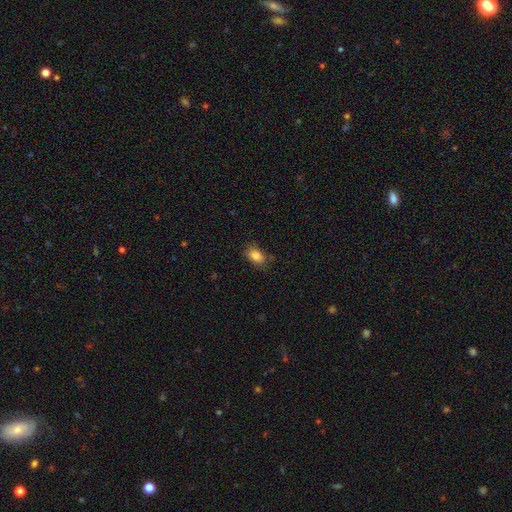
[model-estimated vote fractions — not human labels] smooth 85%, star or artifact 9%, featured or disk 6%. Down the decision tree: how rounded — in between (84%); merging — none (77%).